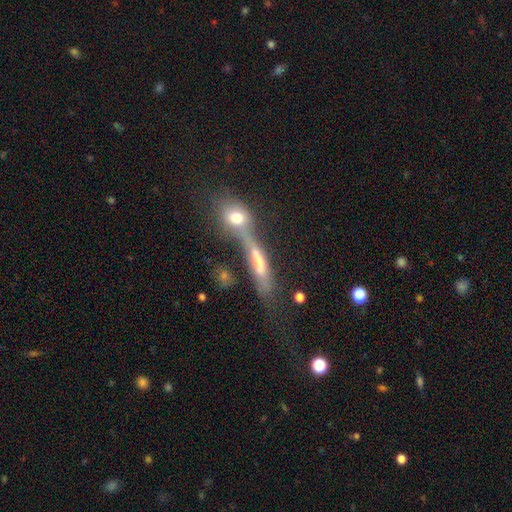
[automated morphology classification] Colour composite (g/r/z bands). It shows a smooth galaxy with no disk features (42%). Merging: merger (41%).